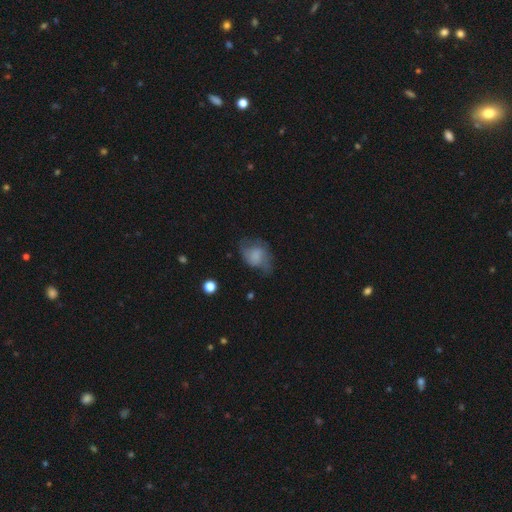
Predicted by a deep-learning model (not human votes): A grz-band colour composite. It shows a smooth galaxy with no disk features (54%) that is in between round and cigar-shaped (66%). Merging: none (45%).